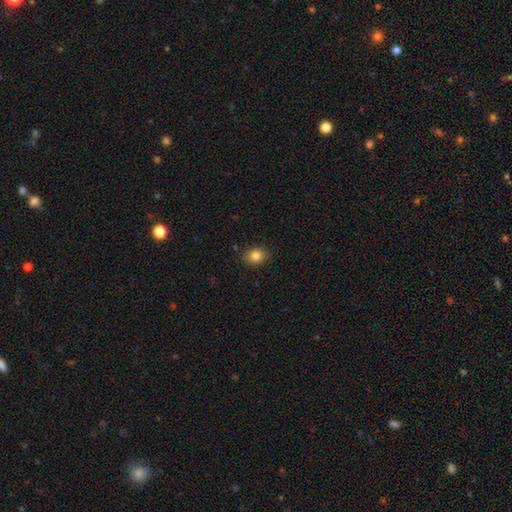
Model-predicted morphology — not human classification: The model was most divided on "how rounded": round: 50%, in between: 49%, cigar-shaped: 1%. More confident: merging — none (87%); smooth or featured — smooth (83%).